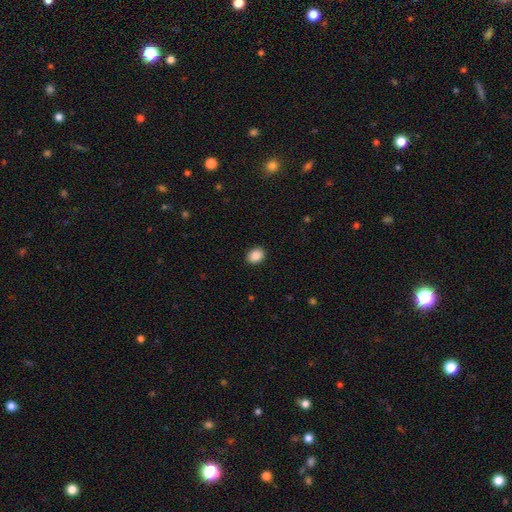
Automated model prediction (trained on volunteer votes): Overall: smooth (89%). How rounded: in between (57%; round 42%). Merging: none (91%).